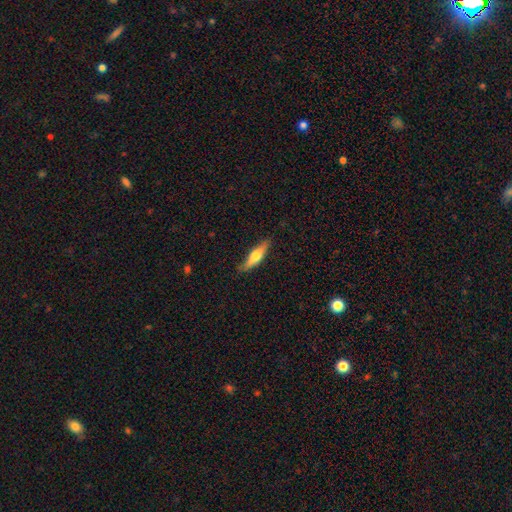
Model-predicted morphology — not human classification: A smooth galaxy with no disk features (55%) that is cigar-shaped (73%).

Vote fractions:
- Smooth or featured? smooth: 55% / featured or disk: 39% / star or artifact: 6%
- How rounded? cigar-shaped: 73% / in between: 25% / round: 2%
- Merging? none: 83% / minor disturbance: 13% / major disturbance: 3% / merger: 1%